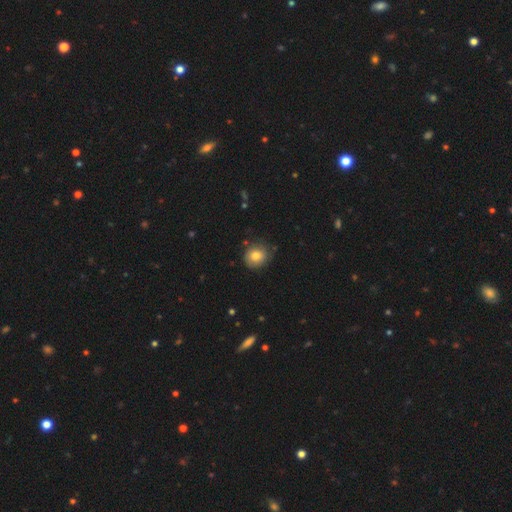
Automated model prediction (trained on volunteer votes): The model was most divided on "merging": none: 80%, minor disturbance: 15%, major disturbance: 3%, merger: 2%. More confident: how rounded — round (84%); smooth or featured — smooth (80%).